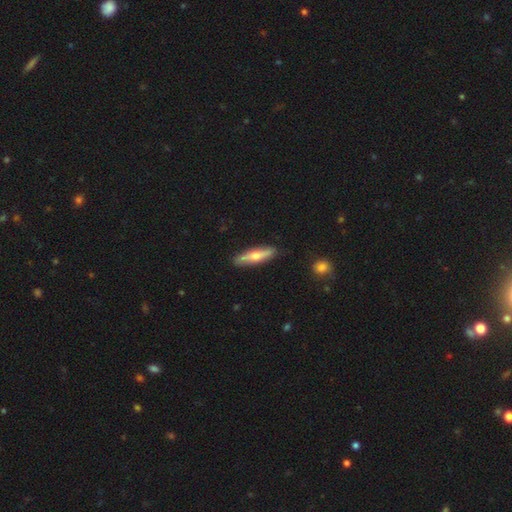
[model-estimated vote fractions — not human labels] smooth-or-featured: featured or disk: 51% | smooth: 44% | star or artifact: 5%
  disk-edge-on: yes: 86% | no: 14%
  merging: none: 86% | minor disturbance: 10% | major disturbance: 2% | merger: 2%